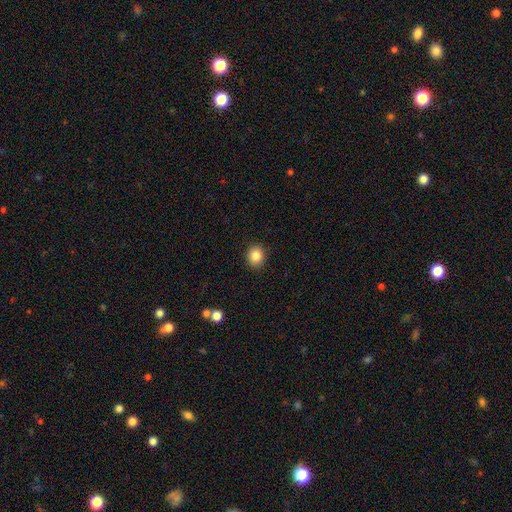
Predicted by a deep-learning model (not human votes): Smooth or featured?
  - smooth: 85% *
  - star or artifact: 10%
  - featured or disk: 5%
How rounded?
  - round: 76% *
  - in between: 23%
  - cigar-shaped: 1%
Merging?
  - none: 91% *
  - minor disturbance: 6%
  - major disturbance: 2%
  - merger: 1%